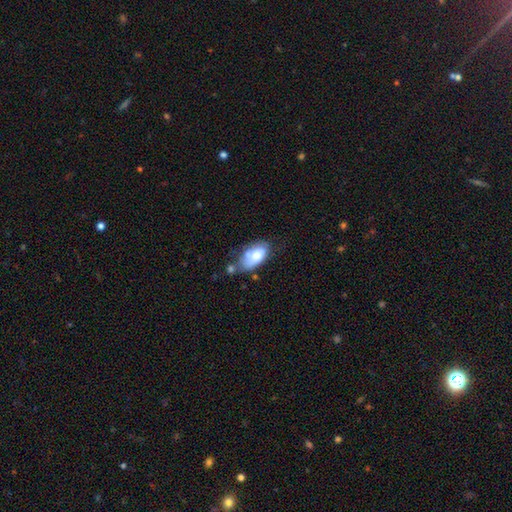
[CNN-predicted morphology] A smooth galaxy with no disk features (68%) that is in between round and cigar-shaped (92%).

Vote fractions:
- Smooth or featured? smooth: 68% / featured or disk: 25% / star or artifact: 7%
- How rounded? in between: 92% / cigar-shaped: 4% / round: 4%
- Merging? none: 34% / minor disturbance: 31% / merger: 19% / major disturbance: 15%